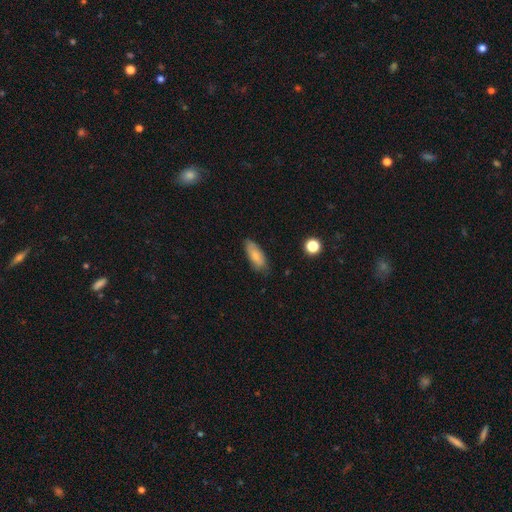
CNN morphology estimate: smooth-or-featured: smooth: 79% | featured or disk: 14% | star or artifact: 7%
  how-rounded: in between: 80% | cigar-shaped: 18% | round: 2%
  merging: none: 75% | minor disturbance: 20% | major disturbance: 3% | merger: 1%